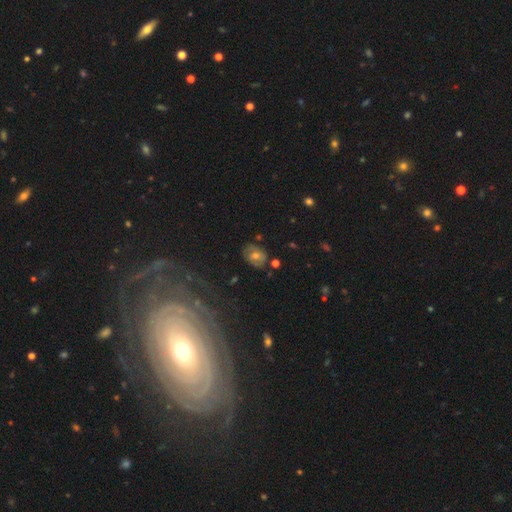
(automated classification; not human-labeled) The model was most divided on "smooth or featured": smooth: 49%, featured or disk: 36%, star or artifact: 15%. More confident: merging — none (76%).